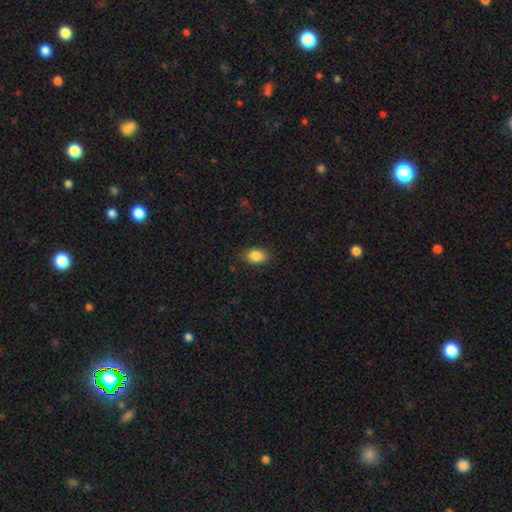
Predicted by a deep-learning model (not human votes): A smooth galaxy with no disk features (86%) that is in between round and cigar-shaped (82%). Merging: none (83%).